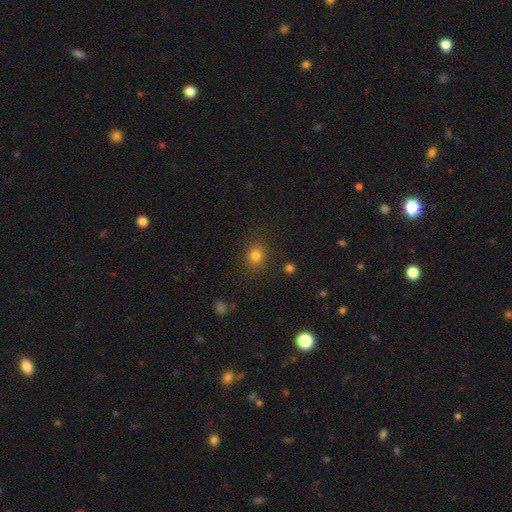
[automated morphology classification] Smooth or featured? smooth (81%)
How rounded? round (76%)
Merging? none (86%)